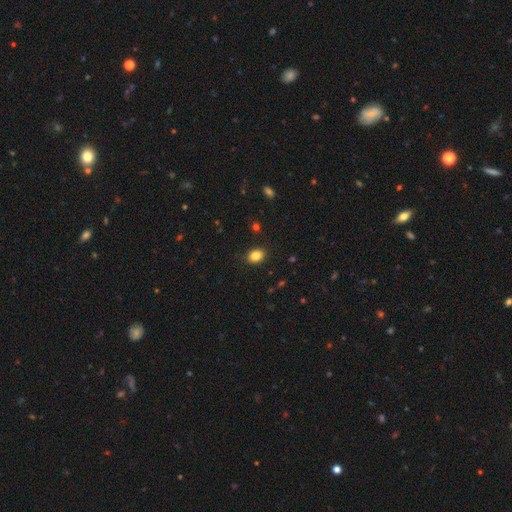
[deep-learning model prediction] Overall: smooth (85%). How rounded: in between (57%; round 42%). Merging: none (89%).